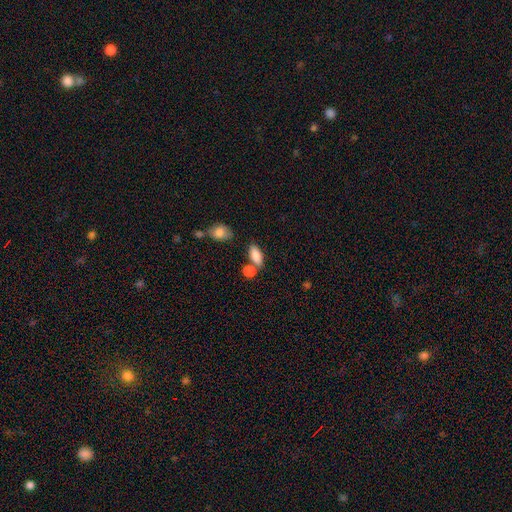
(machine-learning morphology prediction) Smooth or featured: smooth — 85% (featured or disk — 8%)
How rounded: in between — 86% (cigar-shaped — 9%)
Merging: none — 57% (merger — 25%)